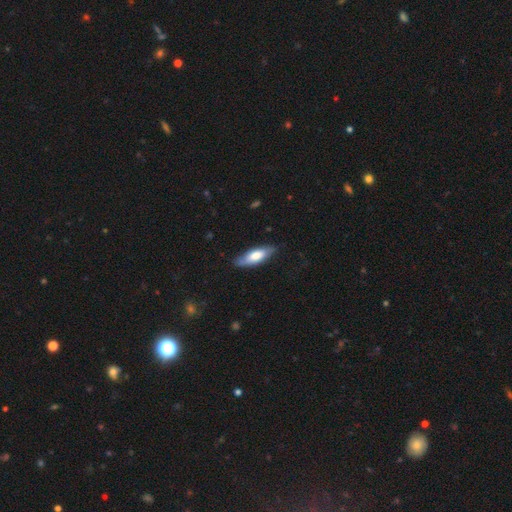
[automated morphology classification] The model was most divided on "how rounded": in between: 59%, cigar-shaped: 39%, round: 2%. More confident: merging — none (79%); smooth or featured — smooth (64%).